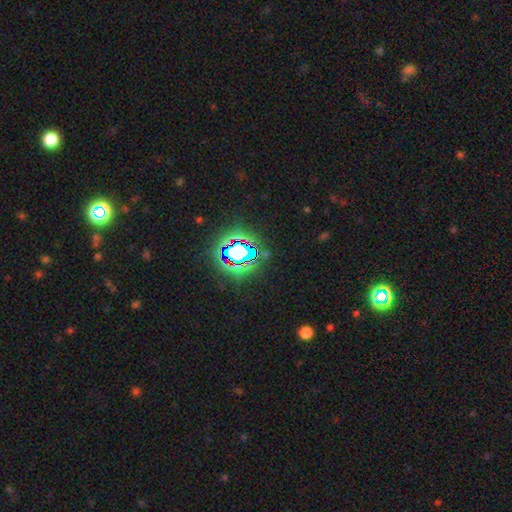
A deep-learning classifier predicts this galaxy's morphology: Smooth or featured? Predicted: star or artifact (p=0.81).